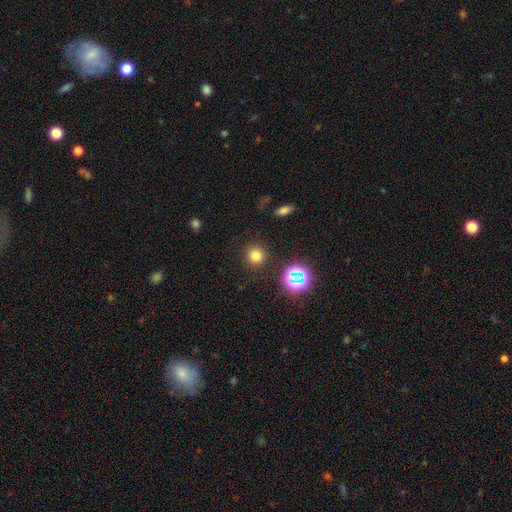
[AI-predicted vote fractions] Smooth or featured? smooth (75%)
How rounded? round (92%)
Merging? none (89%)